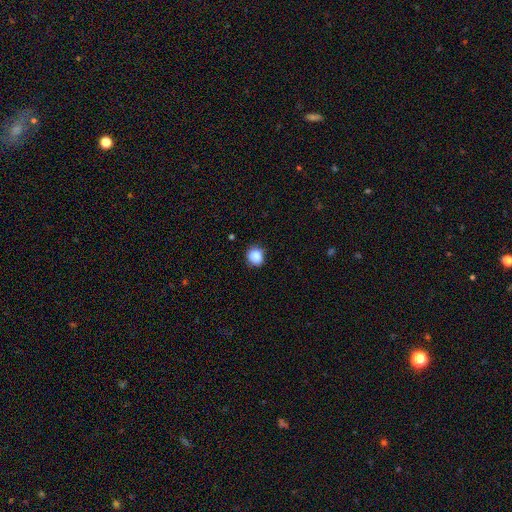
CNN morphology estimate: The model was most divided on "merging": none: 75%, minor disturbance: 20%, major disturbance: 4%, merger: 1%. More confident: smooth or featured — smooth (87%); how rounded — round (78%).